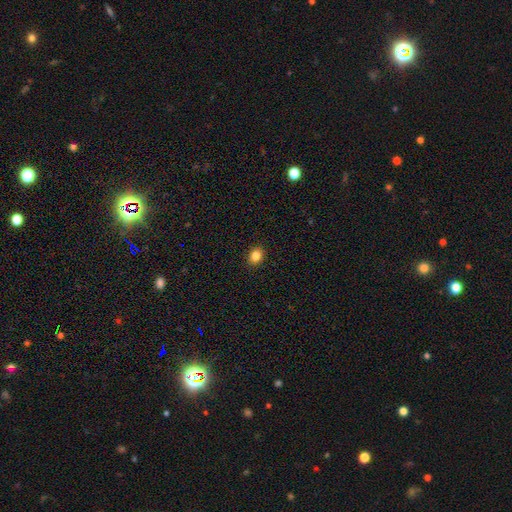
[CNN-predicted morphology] Q: Smooth or featured?
A: smooth (84%); runner-up: star or artifact (11%)
Q: How rounded?
A: in between (54%); runner-up: round (45%)
Q: Merging?
A: none (91%); runner-up: minor disturbance (7%)